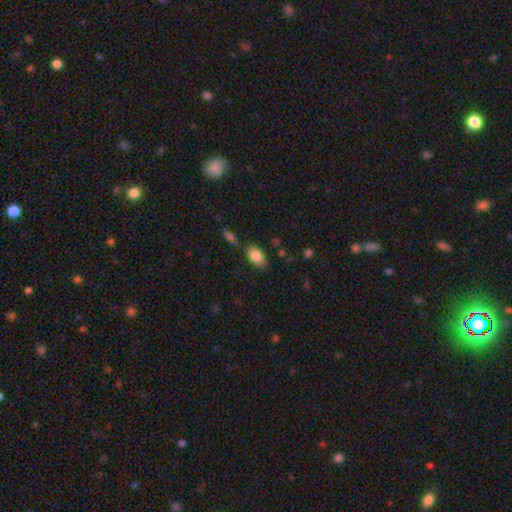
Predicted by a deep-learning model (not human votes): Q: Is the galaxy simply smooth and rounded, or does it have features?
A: smooth — 84%.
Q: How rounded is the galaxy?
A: in between — 89%.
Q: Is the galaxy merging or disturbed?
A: none — 74%.